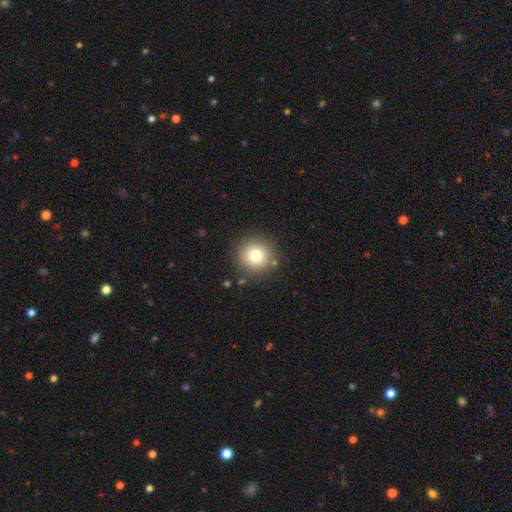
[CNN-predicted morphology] type=smooth (77%); roundness=round (94%); merging=none (87%).